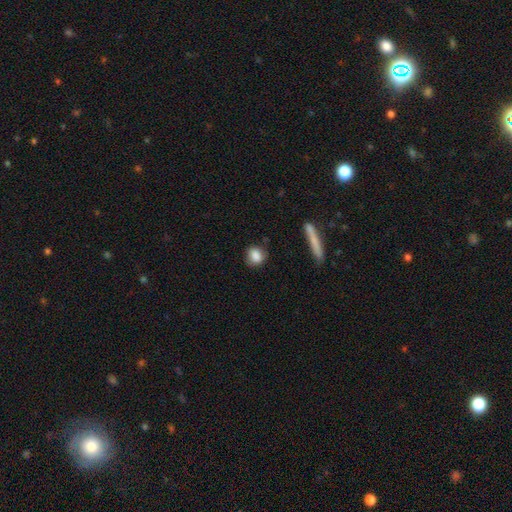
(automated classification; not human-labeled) Morphology: type=smooth (85%); roundness=round (65%); merging=none (75%).